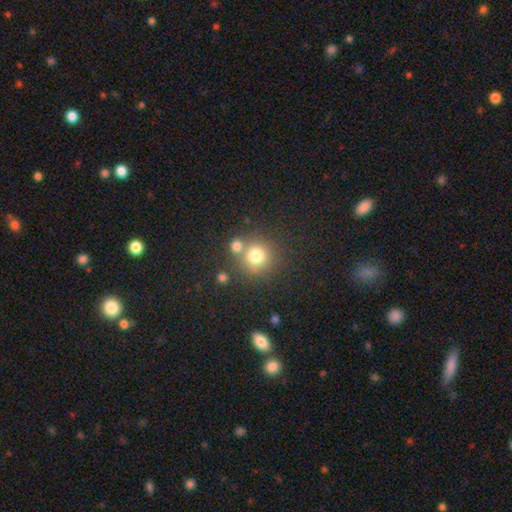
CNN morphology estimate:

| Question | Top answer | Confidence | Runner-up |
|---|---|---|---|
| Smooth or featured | smooth | 76% | star or artifact (15%) |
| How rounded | round | 91% | in between (8%) |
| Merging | none | 63% | merger (24%) |